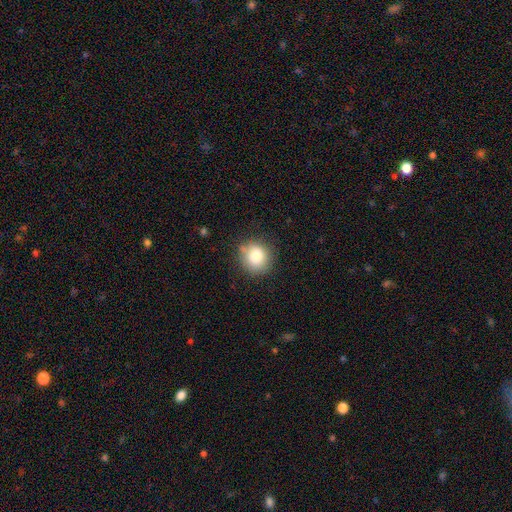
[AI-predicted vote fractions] This appears to be a smooth galaxy with no disk features (82%) that is round (88%). Merging: none (78%).